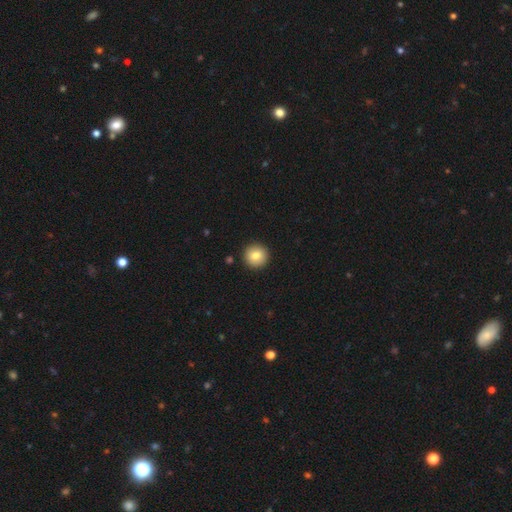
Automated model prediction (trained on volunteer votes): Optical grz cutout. It shows a smooth galaxy with no disk features (82%) that is round (96%). Merging: none (92%).